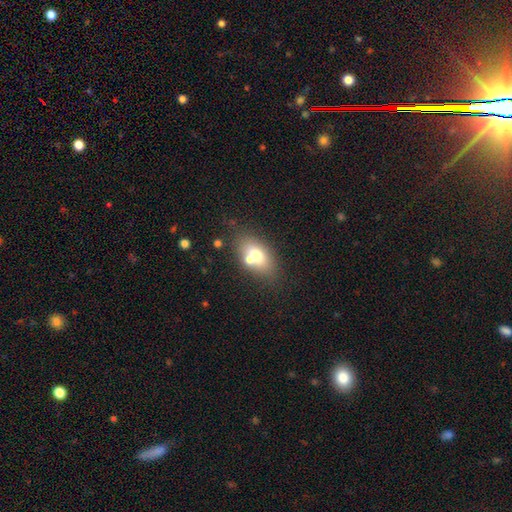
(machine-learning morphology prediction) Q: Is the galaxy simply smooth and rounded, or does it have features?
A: smooth — 67%.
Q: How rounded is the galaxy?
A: in between — 84%.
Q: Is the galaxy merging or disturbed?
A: none — 59%.